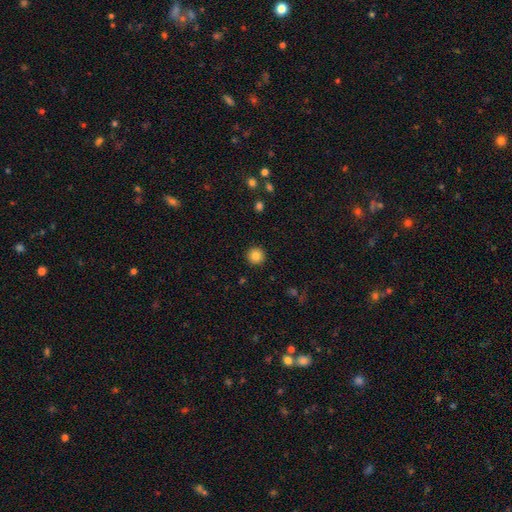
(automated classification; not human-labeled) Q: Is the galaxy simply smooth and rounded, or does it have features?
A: smooth — 85%.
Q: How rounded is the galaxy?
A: round — 95%.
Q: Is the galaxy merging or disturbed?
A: none — 92%.